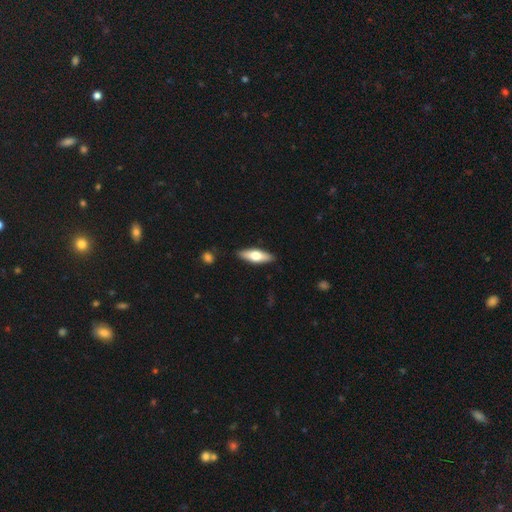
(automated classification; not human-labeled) smooth 56%, featured or disk 39%, star or artifact 5%. Down the decision tree: how rounded — in between (56%); merging — none (88%).